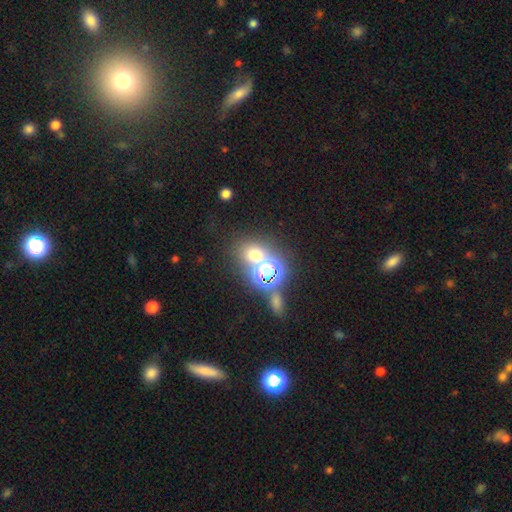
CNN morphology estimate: Smooth or featured? smooth (53%)
How rounded? round (72%)
Merging? none (56%)